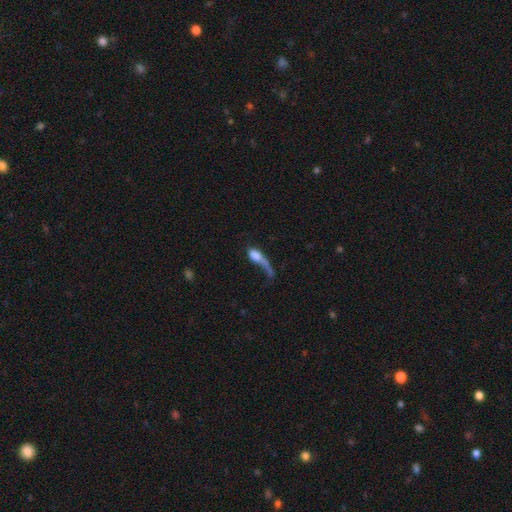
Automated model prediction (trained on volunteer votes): This is possibly a smooth galaxy (59%). How rounded: likely in between (62%). Merging: possibly major disturbance (56%).